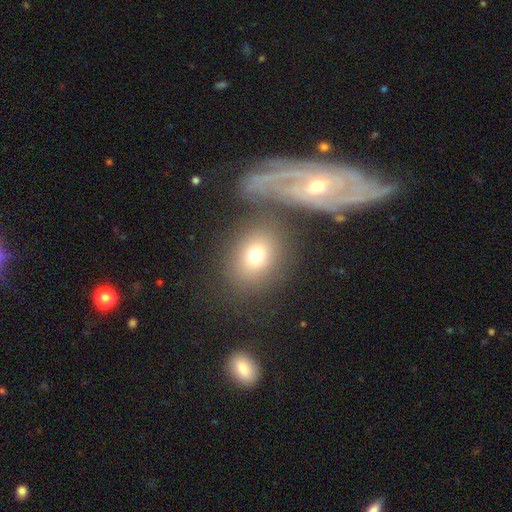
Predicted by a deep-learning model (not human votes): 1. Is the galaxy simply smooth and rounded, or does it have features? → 70% smooth, 18% featured or disk, 12% star or artifact.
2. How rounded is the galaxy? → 53% round, 45% in between, 2% cigar-shaped.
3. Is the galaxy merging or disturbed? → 69% none, 13% merger, 13% minor disturbance, 6% major disturbance.